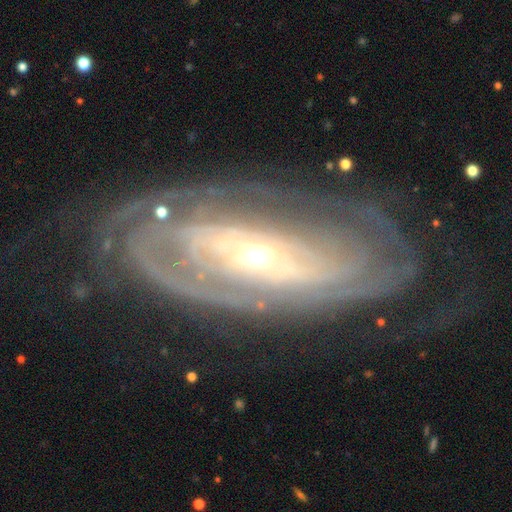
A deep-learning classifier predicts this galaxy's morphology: This is clearly a featured or disk galaxy (86%). It is clearly not viewed edge-on (89%). Bar: possibly no (59%). Spiral arm pattern: clearly yes (87%). Spiral arm count: possibly can't tell (47%). Spiral winding: likely tight (71%). Central bulge: likely small (62%). Merging: likely none (66%).